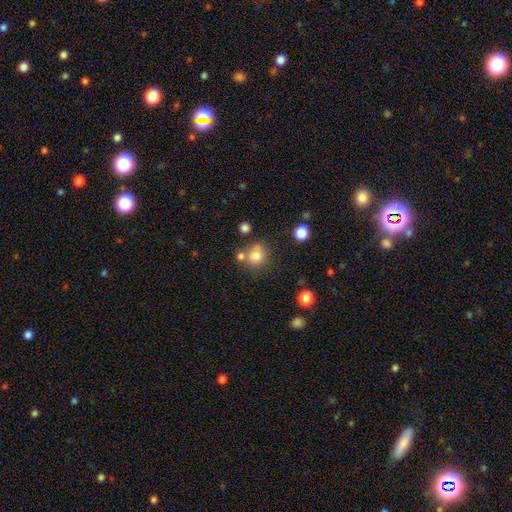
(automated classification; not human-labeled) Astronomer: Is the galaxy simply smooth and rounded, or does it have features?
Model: smooth — 78%.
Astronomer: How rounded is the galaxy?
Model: round — 83%.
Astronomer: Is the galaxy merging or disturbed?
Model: none — 60%.